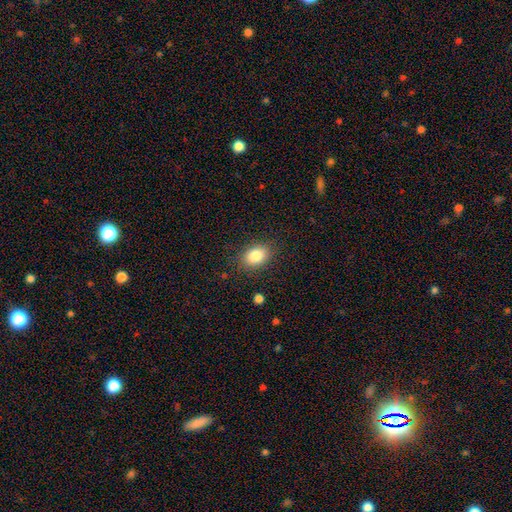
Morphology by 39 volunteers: Smooth or featured: smooth — 90% (featured or disk — 5%)
How rounded: in between — 69% (round — 26%)
Merging: none — 92% (minor disturbance — 5%)